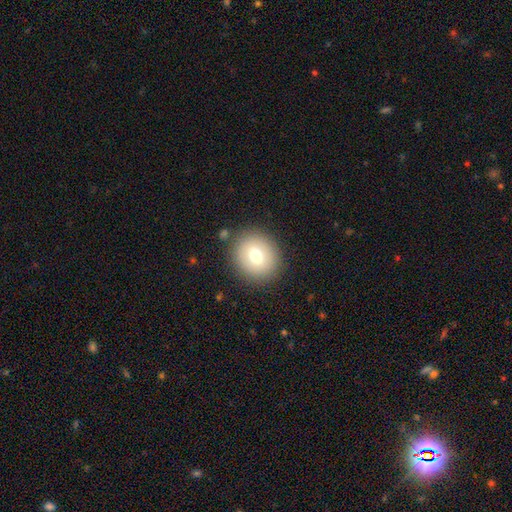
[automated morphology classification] Smooth or featured? smooth (71%)
How rounded? round (78%)
Merging? none (85%)